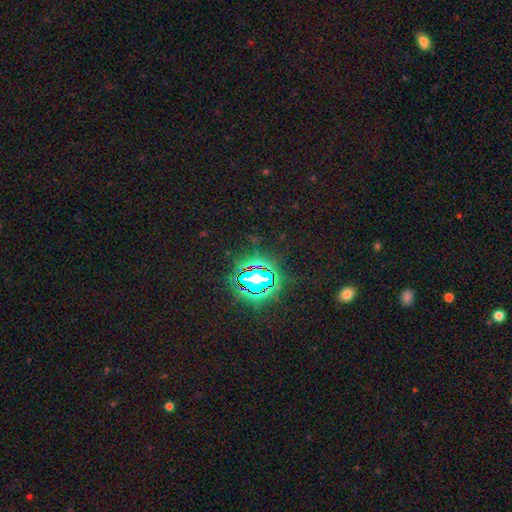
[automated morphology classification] A star or artifact, not a galaxy (78%).

Vote fractions:
- Smooth or featured? star or artifact: 78% / smooth: 13% / featured or disk: 9%